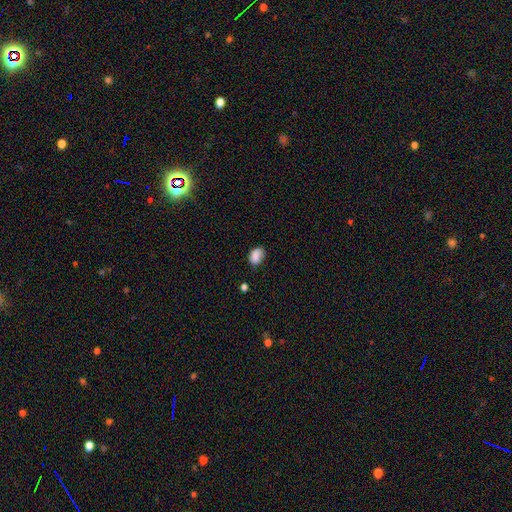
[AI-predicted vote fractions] A smooth galaxy with no disk features (85%) that is in between round and cigar-shaped (75%).

Vote fractions:
- Smooth or featured? smooth: 85% / star or artifact: 9% / featured or disk: 6%
- How rounded? in between: 75% / round: 24% / cigar-shaped: 1%
- Merging? none: 66% / minor disturbance: 25% / major disturbance: 6% / merger: 3%